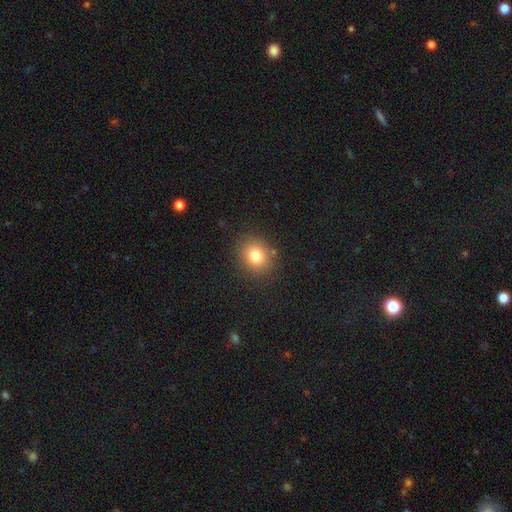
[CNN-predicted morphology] Smooth or featured?
  - smooth: 79% *
  - star or artifact: 12%
  - featured or disk: 9%
How rounded?
  - round: 70% *
  - in between: 29%
  - cigar-shaped: 1%
Merging?
  - none: 86% *
  - minor disturbance: 9%
  - major disturbance: 3%
  - merger: 2%